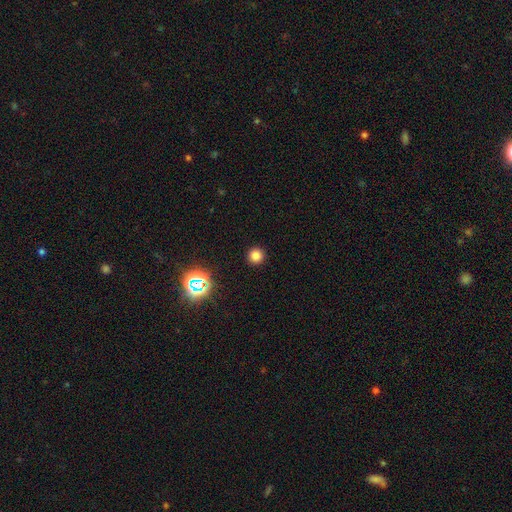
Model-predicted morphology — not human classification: The model was most divided on "smooth or featured": smooth: 79%, star or artifact: 17%, featured or disk: 4%. More confident: how rounded — round (96%); merging — none (93%).